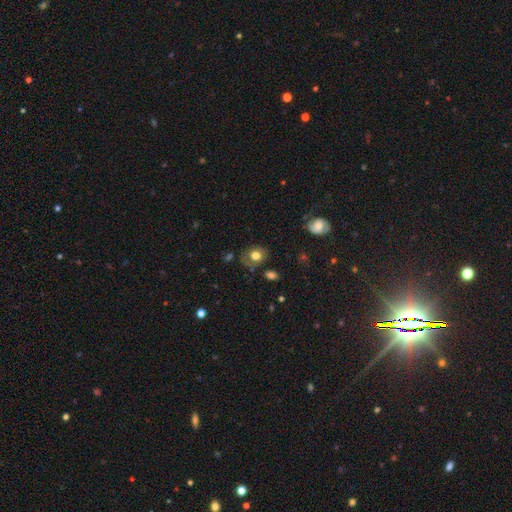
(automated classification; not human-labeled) A smooth galaxy with no disk features (69%) that is in between round and cigar-shaped (52%). Merging: none (64%).